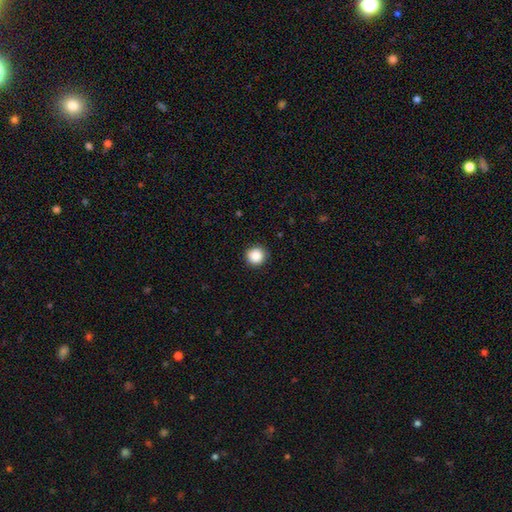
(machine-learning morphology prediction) Smooth or featured? smooth (87%)
How rounded? round (94%)
Merging? none (92%)